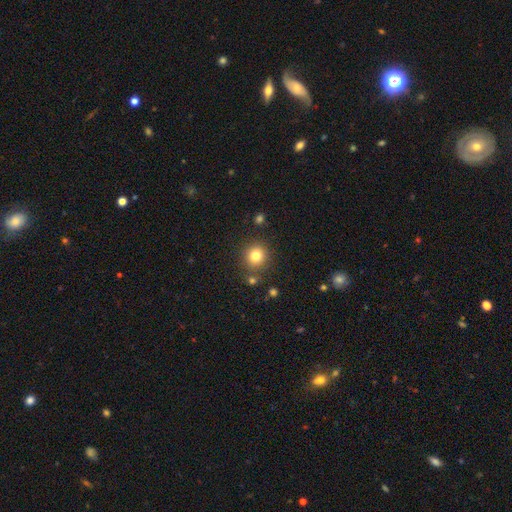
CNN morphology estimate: This appears to be a smooth galaxy with no disk features (80%) that is round (92%). Merging: none (85%).